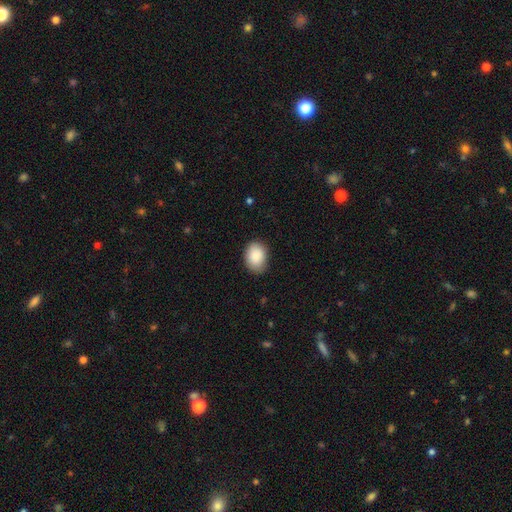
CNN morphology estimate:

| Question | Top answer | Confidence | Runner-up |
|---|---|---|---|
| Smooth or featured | smooth | 89% | star or artifact (7%) |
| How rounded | in between | 69% | round (30%) |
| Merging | none | 79% | minor disturbance (17%) |